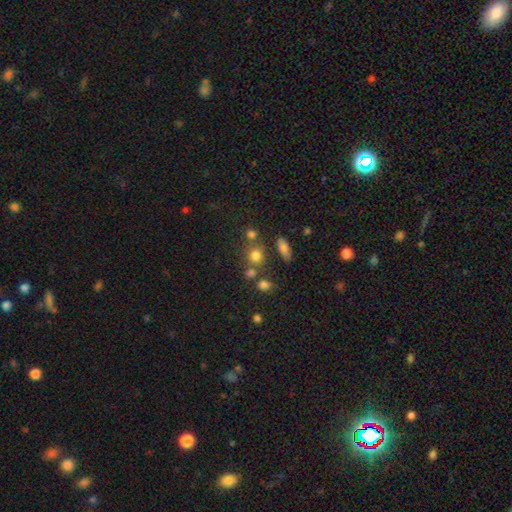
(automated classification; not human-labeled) This appears to be a smooth galaxy with no disk features (75%) that is round (79%). Merging: none (64%).